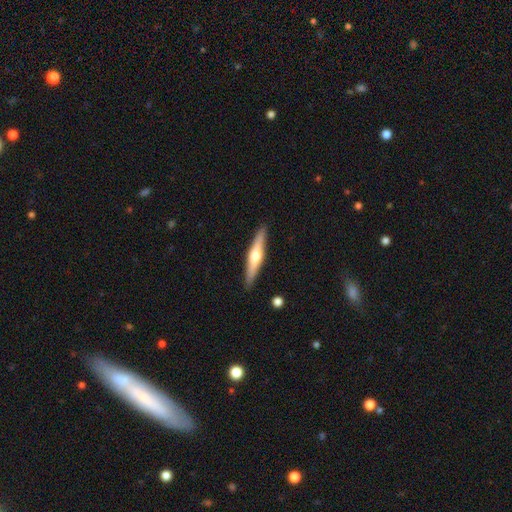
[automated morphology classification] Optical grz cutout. It shows a featured or disk galaxy (58%) viewed edge-on (96%) with a rounded central bulge (91%). Merging: none (90%).